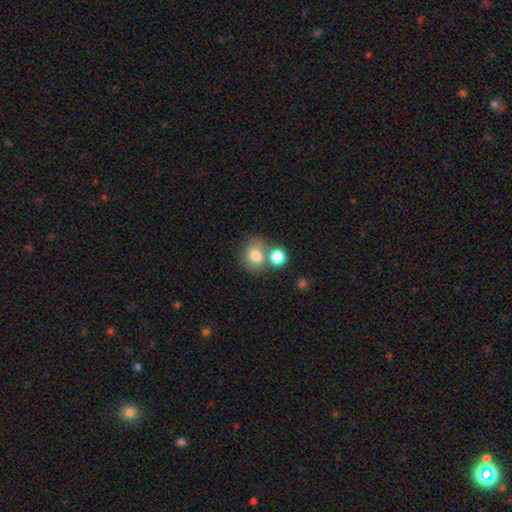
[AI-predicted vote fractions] A smooth galaxy with no disk features (78%) that is round (76%).

Vote fractions:
- Smooth or featured? smooth: 78% / featured or disk: 11% / star or artifact: 11%
- How rounded? round: 76% / in between: 24% / cigar-shaped: 1%
- Merging? none: 50% / merger: 35% / minor disturbance: 10% / major disturbance: 4%